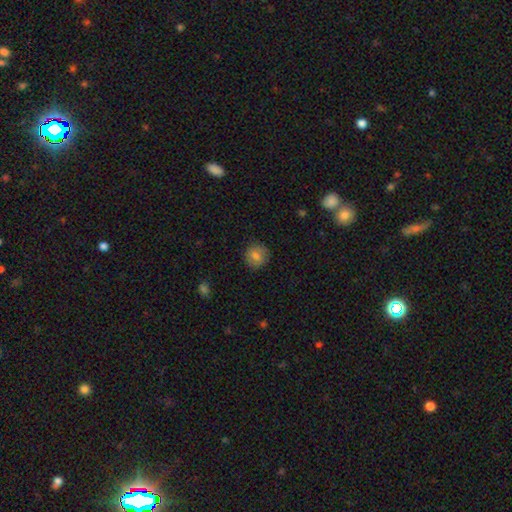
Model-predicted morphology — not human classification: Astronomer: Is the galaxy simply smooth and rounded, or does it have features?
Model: smooth — 78%.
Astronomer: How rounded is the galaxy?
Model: round — 88%.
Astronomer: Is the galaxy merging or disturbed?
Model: none — 87%.